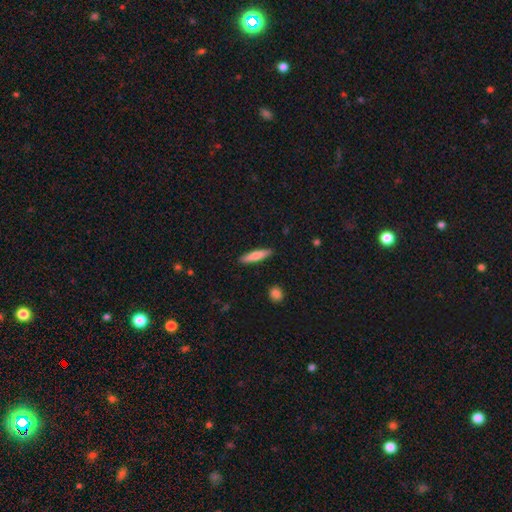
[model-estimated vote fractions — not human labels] Smooth or featured: smooth — 76% (featured or disk — 18%)
How rounded: cigar-shaped — 82% (in between — 16%)
Merging: none — 90% (minor disturbance — 7%)